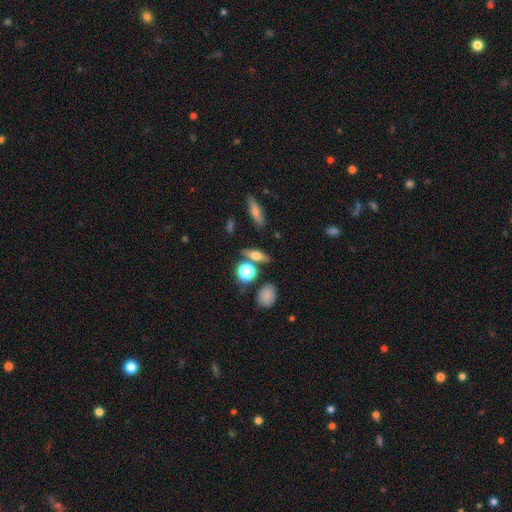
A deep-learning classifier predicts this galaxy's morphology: This appears to be a smooth galaxy with no disk features (49%). Merging: none (76%).